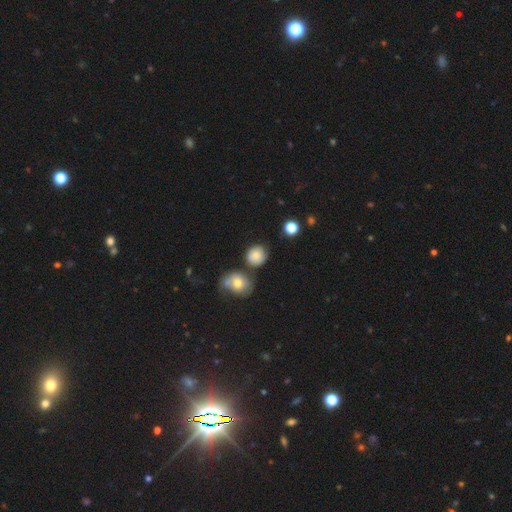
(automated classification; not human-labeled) Smooth or featured: smooth — 80% (star or artifact — 10%)
How rounded: round — 85% (in between — 14%)
Merging: none — 71% (minor disturbance — 13%)